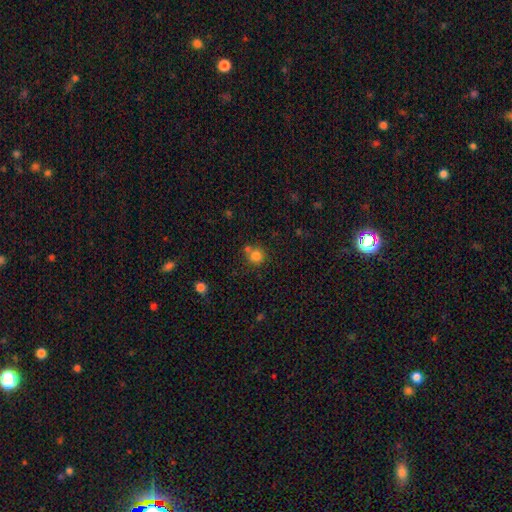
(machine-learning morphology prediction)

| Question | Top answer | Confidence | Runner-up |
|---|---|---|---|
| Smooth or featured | smooth | 81% | star or artifact (13%) |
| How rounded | round | 90% | in between (9%) |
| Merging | none | 63% | merger (23%) |